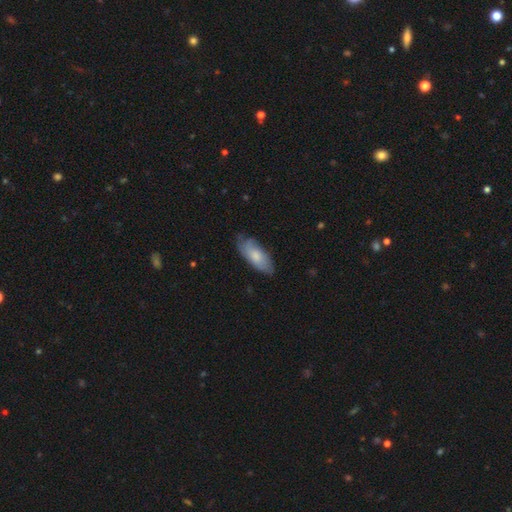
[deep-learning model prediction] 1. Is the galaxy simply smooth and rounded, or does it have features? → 70% smooth, 25% featured or disk, 5% star or artifact.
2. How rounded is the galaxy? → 82% in between, 16% cigar-shaped, 2% round.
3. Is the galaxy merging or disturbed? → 66% none, 27% minor disturbance, 5% major disturbance, 1% merger.